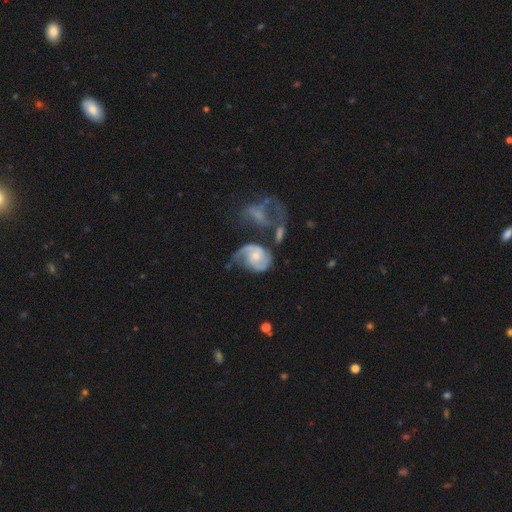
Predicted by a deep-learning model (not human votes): Morphology: type=featured or disk (80%); edge-on=no (97%); bar=no (67%); spiral arms=yes (94%); winding=medium (43%); arm count=2 (63%); bulge=moderate (48%); merging=none (31%).